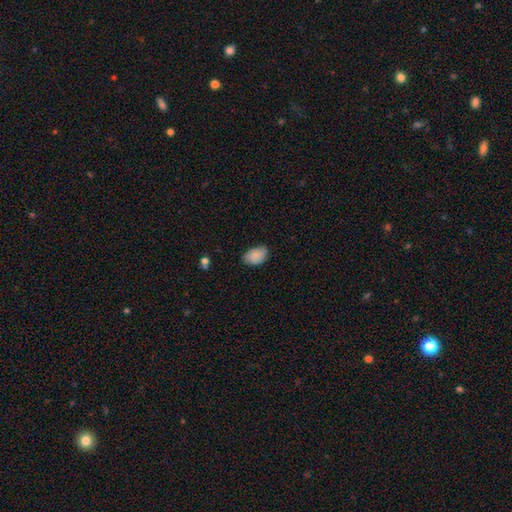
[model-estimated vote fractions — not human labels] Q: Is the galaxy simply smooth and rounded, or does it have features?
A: smooth — 87%.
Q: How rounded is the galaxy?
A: in between — 88%.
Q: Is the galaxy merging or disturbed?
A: none — 72%.